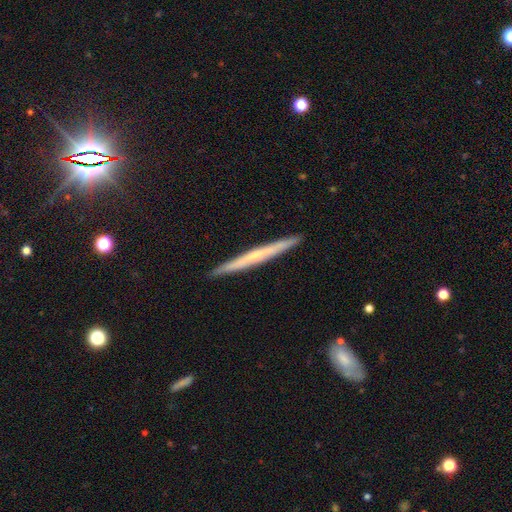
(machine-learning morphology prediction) Smooth or featured: featured or disk — 57% (smooth — 36%)
Edge-on disk: yes — 97% (no — 3%)
Edge-on bulge: none — 66% (rounded — 29%)
Merging: none — 92% (minor disturbance — 6%)